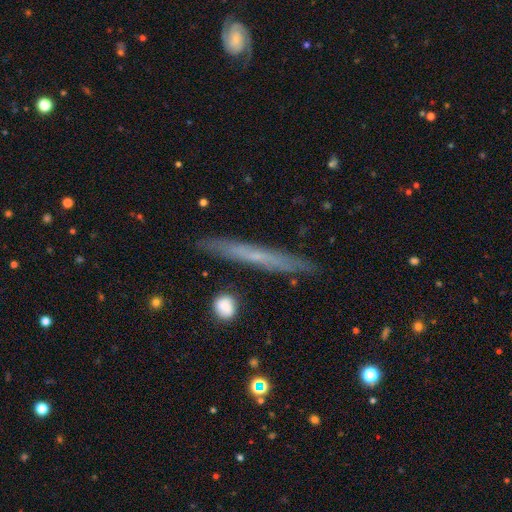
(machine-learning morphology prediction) A featured or disk galaxy (51%) viewed edge-on (94%). Merging: none (89%).